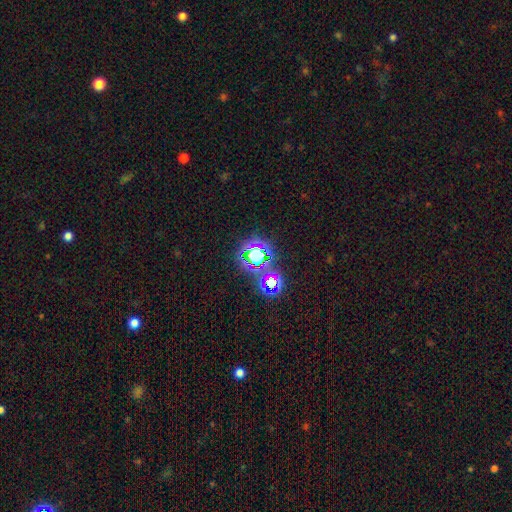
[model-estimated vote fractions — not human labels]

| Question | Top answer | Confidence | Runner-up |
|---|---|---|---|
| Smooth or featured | star or artifact | 68% | smooth (21%) |